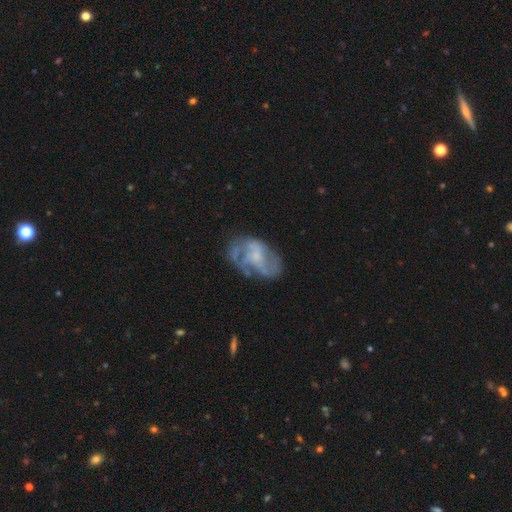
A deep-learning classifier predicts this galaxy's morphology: Smooth or featured: featured or disk — 75% (smooth — 18%)
Edge-on disk: no — 97% (yes — 3%)
Bar: no — 56% (weak — 37%)
Spiral arms: yes — 79% (no — 21%)
Spiral winding: medium — 46% (loose — 29%)
Spiral arm count: can't tell — 30% (3 — 26%)
Bulge size: small — 42% (none — 29%)
Merging: none — 56% (minor disturbance — 22%)